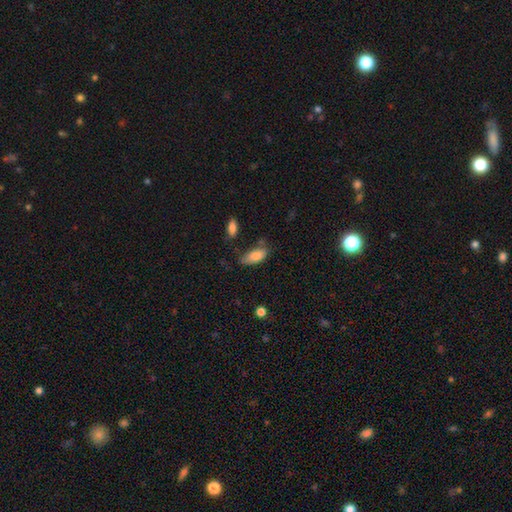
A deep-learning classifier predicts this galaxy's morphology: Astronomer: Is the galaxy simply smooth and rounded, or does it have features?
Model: smooth — 84%.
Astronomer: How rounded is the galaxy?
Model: in between — 88%.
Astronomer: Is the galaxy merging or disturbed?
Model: none — 53% (runner-up: minor disturbance, 32%).